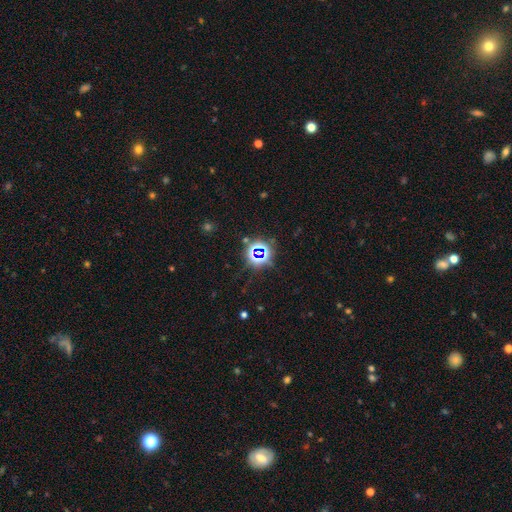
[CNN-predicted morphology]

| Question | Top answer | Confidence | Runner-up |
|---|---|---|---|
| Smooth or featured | star or artifact | 75% | smooth (16%) |